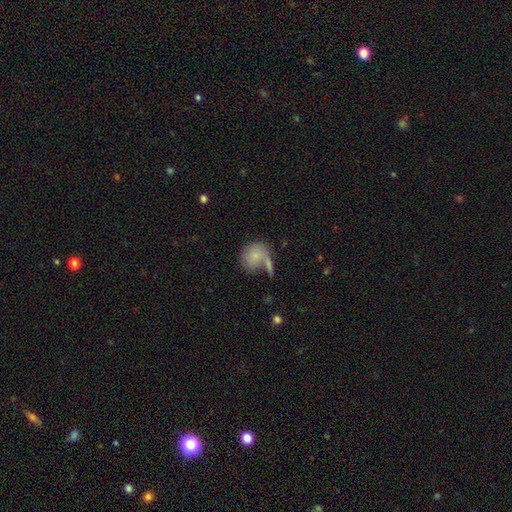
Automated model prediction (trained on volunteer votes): smooth-or-featured: smooth: 80% | featured or disk: 13% | star or artifact: 7%
  how-rounded: round: 70% | in between: 29% | cigar-shaped: 2%
  merging: none: 45% | merger: 28% | minor disturbance: 17% | major disturbance: 11%